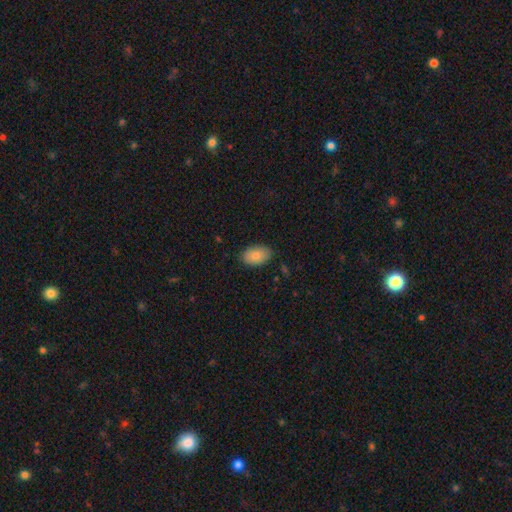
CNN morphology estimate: smooth-or-featured: smooth: 86% | featured or disk: 8% | star or artifact: 6%
  how-rounded: in between: 92% | round: 6% | cigar-shaped: 1%
  merging: none: 84% | minor disturbance: 12% | major disturbance: 2% | merger: 1%